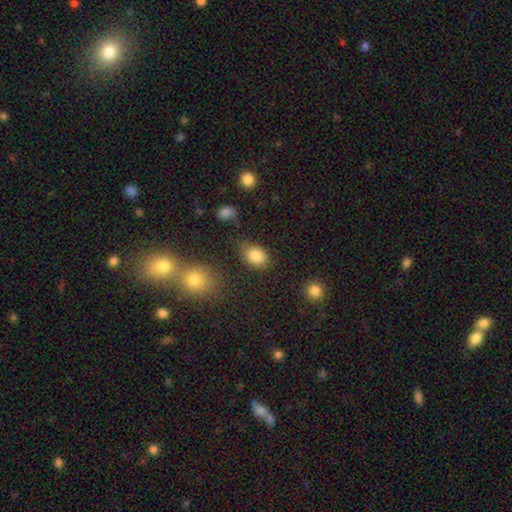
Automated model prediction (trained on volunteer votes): This appears to be a smooth galaxy with no disk features (85%) that is in between round and cigar-shaped (72%). Merging: none (71%).